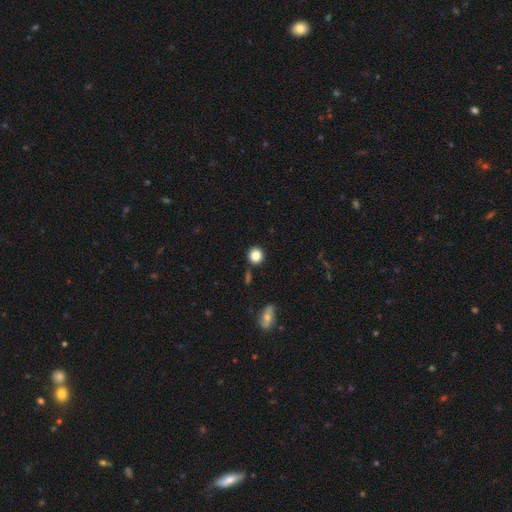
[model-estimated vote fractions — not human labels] smooth 83%, star or artifact 10%, featured or disk 6%. Down the decision tree: how rounded — round (91%); merging — none (87%).